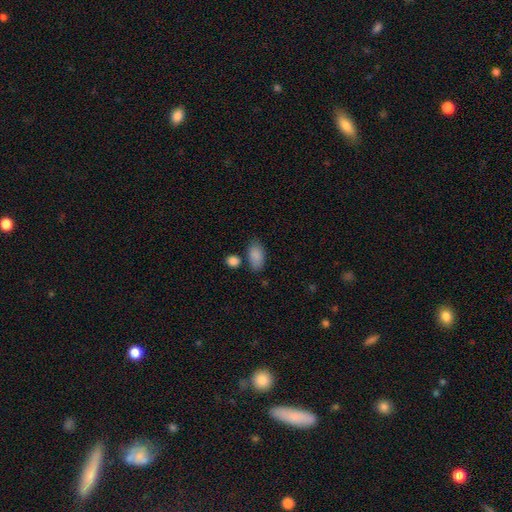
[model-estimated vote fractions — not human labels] smooth-or-featured: smooth: 87% | star or artifact: 7% | featured or disk: 6%
  how-rounded: in between: 92% | round: 5% | cigar-shaped: 3%
  merging: none: 69% | minor disturbance: 17% | merger: 10% | major disturbance: 5%